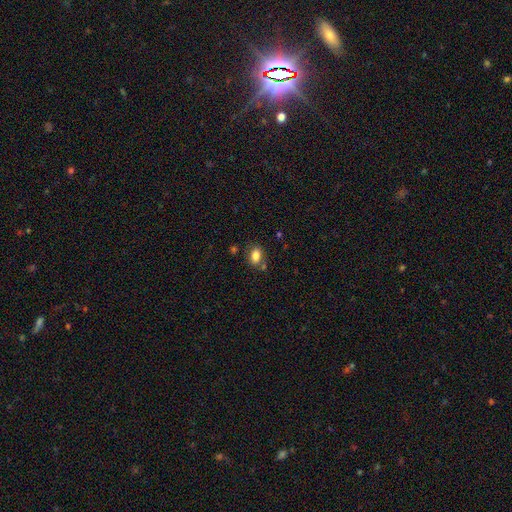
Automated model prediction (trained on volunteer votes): Smooth or featured? Predicted: smooth (p=0.84). How rounded? Predicted: in between (p=0.80). Merging? Predicted: none (p=0.72).